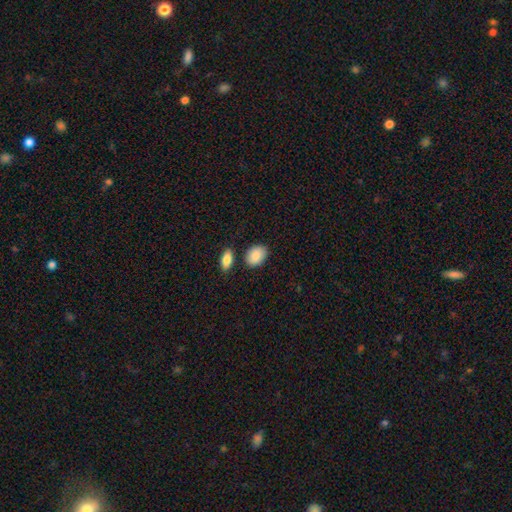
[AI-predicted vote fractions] The model was most divided on "how rounded": in between: 80%, round: 19%, cigar-shaped: 1%. More confident: smooth or featured — smooth (88%); merging — none (78%).